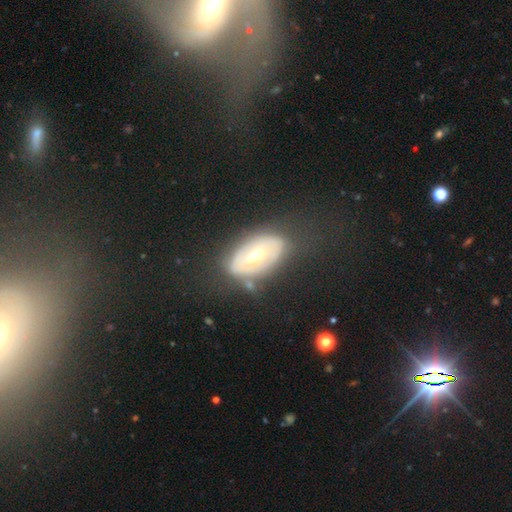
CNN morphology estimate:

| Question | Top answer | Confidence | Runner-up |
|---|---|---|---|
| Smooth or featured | featured or disk | 59% | smooth (33%) |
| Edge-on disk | no | 89% | yes (11%) |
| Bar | no | 70% | weak (21%) |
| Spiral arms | no | 72% | yes (28%) |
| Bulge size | moderate | 71% | small (22%) |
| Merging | none | 70% | minor disturbance (18%) |